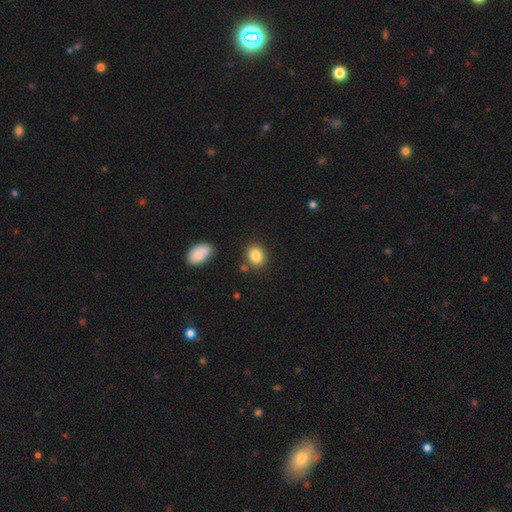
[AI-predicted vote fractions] Overall: smooth (85%). How rounded: in between (54%; round 45%). Merging: none (80%).